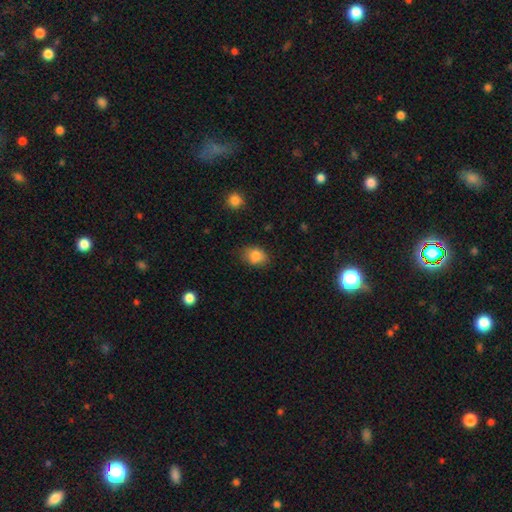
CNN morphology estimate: The model was most divided on "how rounded": in between: 67%, round: 31%, cigar-shaped: 1%. More confident: smooth or featured — smooth (83%); merging — none (67%).